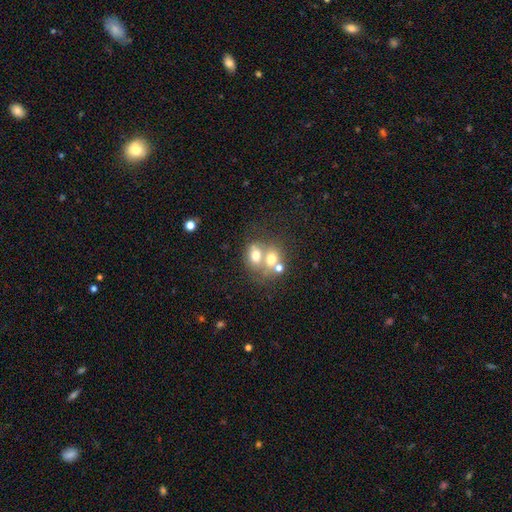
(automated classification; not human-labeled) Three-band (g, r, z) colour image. It shows a smooth galaxy with no disk features (64%) that is in between round and cigar-shaped (53%). Merging: merger (62%).